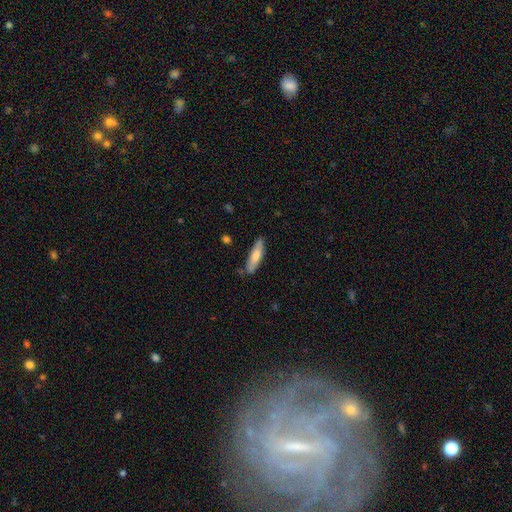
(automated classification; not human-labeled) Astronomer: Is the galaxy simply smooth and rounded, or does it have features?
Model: smooth — 72%.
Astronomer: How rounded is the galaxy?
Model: cigar-shaped — 69%.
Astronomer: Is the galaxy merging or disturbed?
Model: none — 78%.